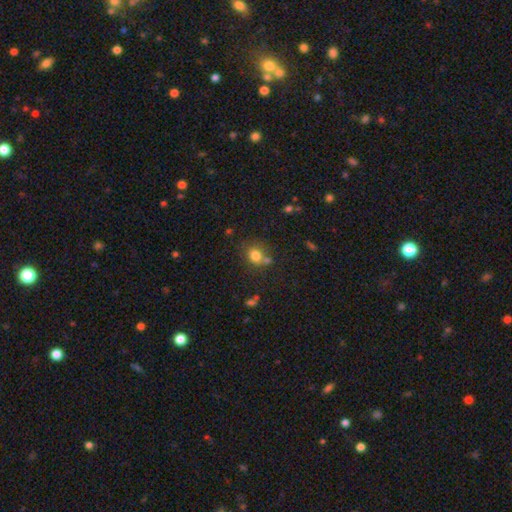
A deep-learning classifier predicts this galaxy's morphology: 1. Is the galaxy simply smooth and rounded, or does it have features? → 79% smooth, 13% star or artifact, 9% featured or disk.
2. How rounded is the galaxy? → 63% round, 36% in between, 1% cigar-shaped.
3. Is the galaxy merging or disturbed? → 60% none, 21% merger, 14% minor disturbance, 5% major disturbance.